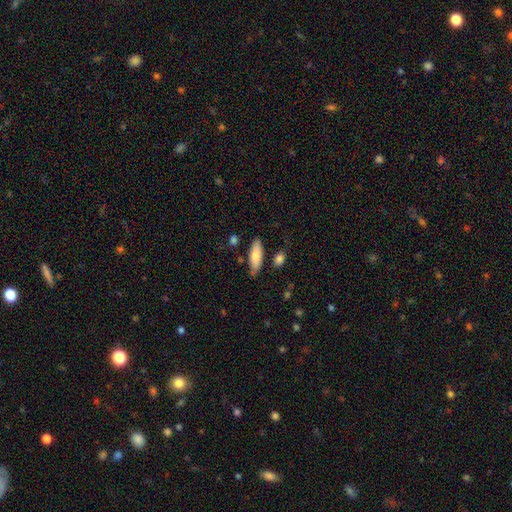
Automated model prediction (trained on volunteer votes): A smooth galaxy with no disk features (81%) that is in between round and cigar-shaped (59%). Merging: none (77%).